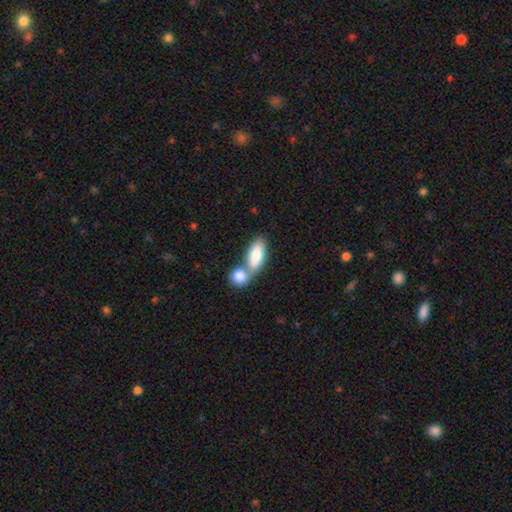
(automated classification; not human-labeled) Smooth or featured?
  - smooth: 82% *
  - featured or disk: 13%
  - star or artifact: 6%
How rounded?
  - in between: 79% *
  - cigar-shaped: 17%
  - round: 4%
Merging?
  - merger: 59% *
  - none: 30%
  - minor disturbance: 8%
  - major disturbance: 3%